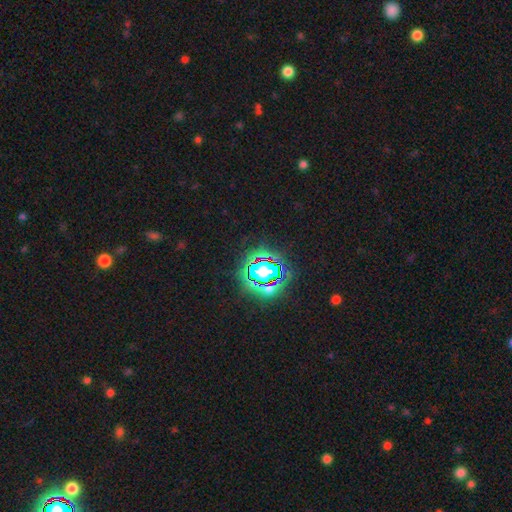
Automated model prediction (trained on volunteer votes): Morphology: type=star or artifact (81%).